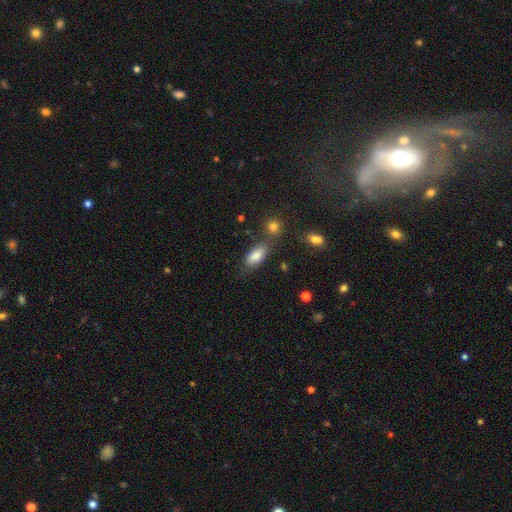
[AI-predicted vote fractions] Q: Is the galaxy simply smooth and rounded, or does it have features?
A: smooth — 82%.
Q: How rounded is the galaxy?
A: in between — 84%.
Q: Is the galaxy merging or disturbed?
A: none — 66%.